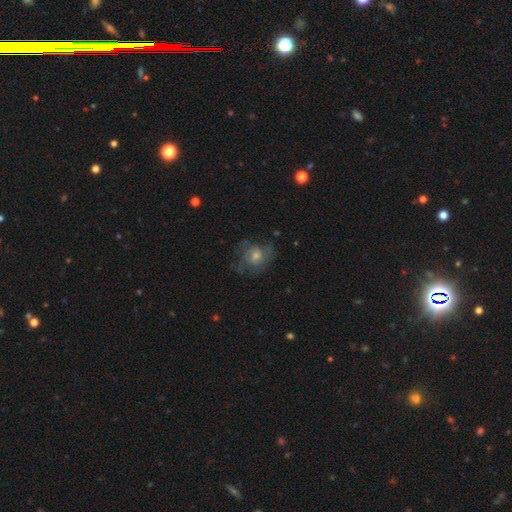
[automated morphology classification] Overall: featured or disk (54%; smooth 31%). Edge-on disk: no (97%). Bar: no (80%). Spiral arms: yes (69%; no 31%). Bulge size: moderate (51%; small 37%). Merging: none (63%).